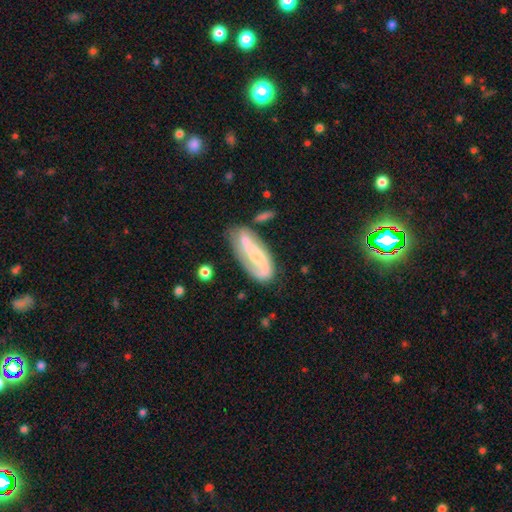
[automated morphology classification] A featured or disk galaxy (74%) with a strong bar (37%), 2 (77%) loose (40%) spiral arms (91%) and a small central bulge (47%).

Vote fractions:
- Smooth or featured? featured or disk: 74% / smooth: 20% / star or artifact: 6%
- Edge-on disk? no: 91% / yes: 9%
- Bar? strong: 37% / weak: 31% / no: 31%
- Spiral arms? yes: 91% / no: 9%
- Spiral winding? loose: 40% / medium: 38% / tight: 22%
- Spiral arm count? 2: 77% / 1: 13% / can't tell: 7% / 3: 1% / 4: 1% / more than 4: 1%
- Bulge size? small: 47% / moderate: 29% / none: 16% / large: 6% / dominant: 2%
- Merging? none: 60% / minor disturbance: 22% / major disturbance: 11% / merger: 7%